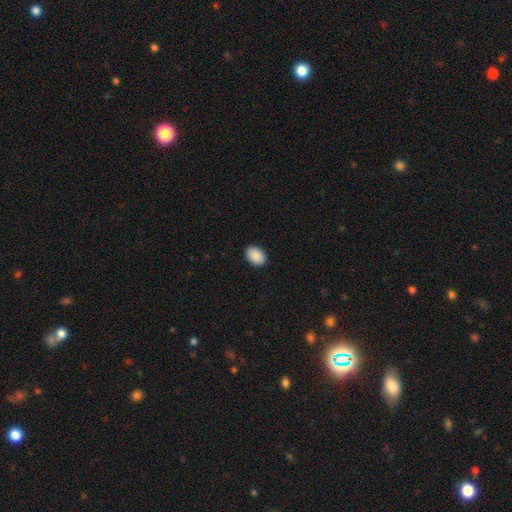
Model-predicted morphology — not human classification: Overall: smooth (90%). How rounded: in between (77%). Merging: none (90%).